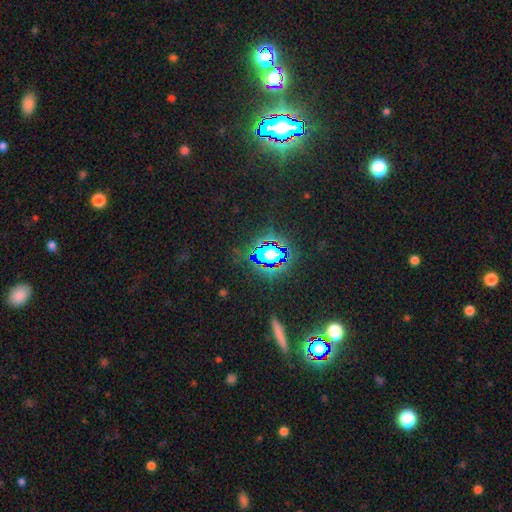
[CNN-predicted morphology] Smooth or featured? star or artifact (76%)